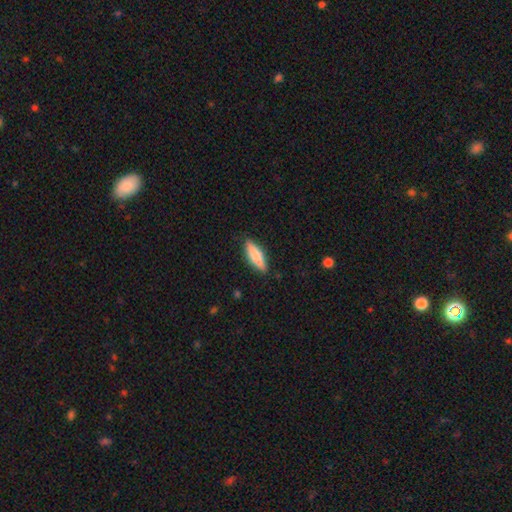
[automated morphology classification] Smooth or featured?
  - smooth: 73% *
  - featured or disk: 21%
  - star or artifact: 6%
How rounded?
  - cigar-shaped: 59% *
  - in between: 39%
  - round: 2%
Merging?
  - none: 87% *
  - minor disturbance: 10%
  - major disturbance: 2%
  - merger: 1%